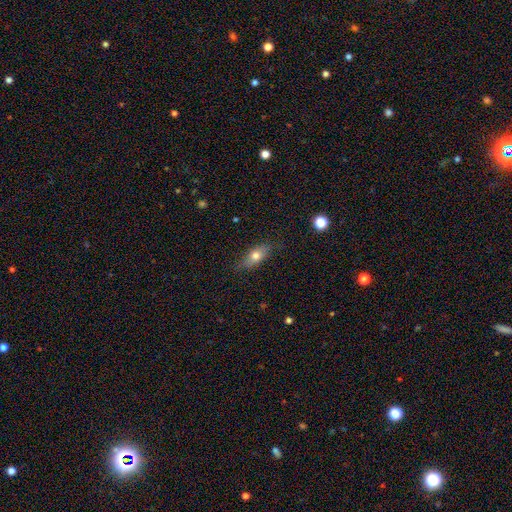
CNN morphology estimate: Overall: smooth (69%). How rounded: in between (74%). Merging: none (78%).